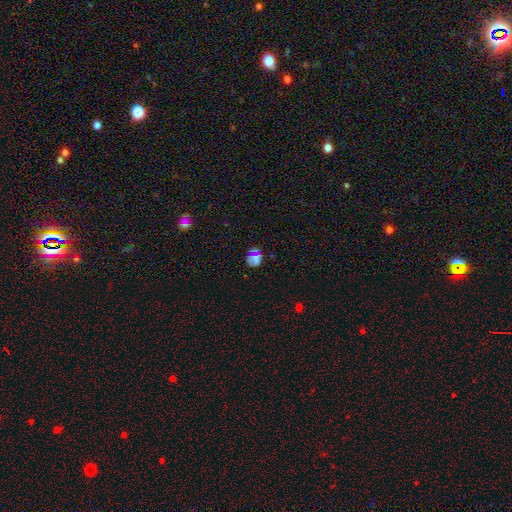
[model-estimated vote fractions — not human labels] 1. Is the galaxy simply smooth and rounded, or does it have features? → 52% smooth, 34% star or artifact, 13% featured or disk.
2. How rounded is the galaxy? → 76% round, 21% in between, 2% cigar-shaped.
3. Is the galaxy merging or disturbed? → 73% none, 14% minor disturbance, 7% merger, 7% major disturbance.